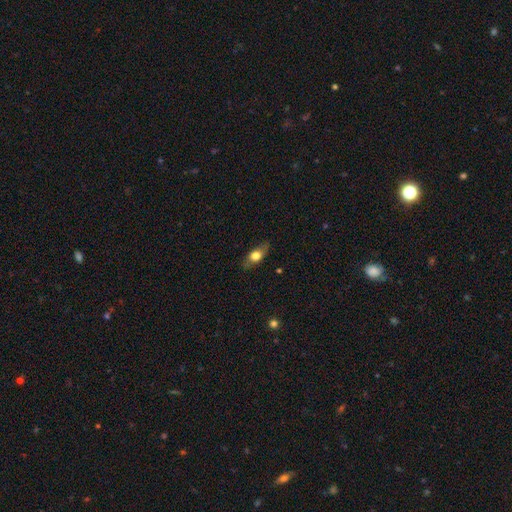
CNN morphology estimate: smooth 64%, featured or disk 28%, star or artifact 8%. Down the decision tree: how rounded — in between (71%); merging — none (77%).